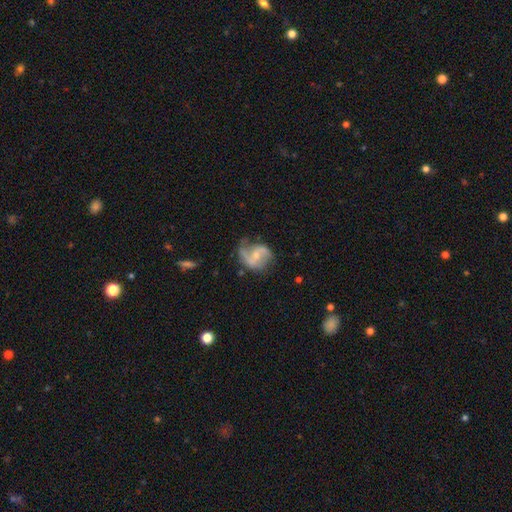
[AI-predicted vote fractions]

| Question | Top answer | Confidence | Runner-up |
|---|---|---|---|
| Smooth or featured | featured or disk | 81% | smooth (13%) |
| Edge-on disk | no | 98% | yes (2%) |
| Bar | weak | 44% | no (42%) |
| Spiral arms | yes | 94% | no (6%) |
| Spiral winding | medium | 45% | loose (42%) |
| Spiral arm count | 2 | 84% | 1 (6%) |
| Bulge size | small | 55% | moderate (37%) |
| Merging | none | 60% | minor disturbance (24%) |